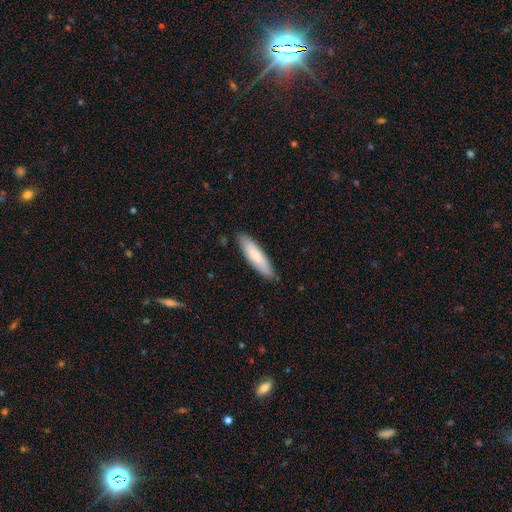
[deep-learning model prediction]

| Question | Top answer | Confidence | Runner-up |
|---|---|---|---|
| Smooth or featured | smooth | 78% | featured or disk (17%) |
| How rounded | cigar-shaped | 70% | in between (29%) |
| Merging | none | 86% | minor disturbance (11%) |